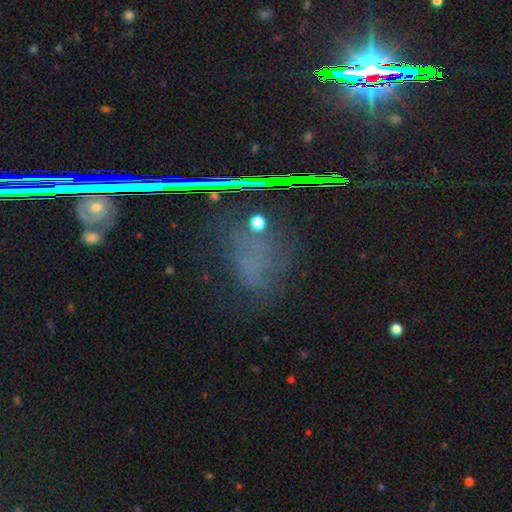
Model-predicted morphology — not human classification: Smooth or featured? star or artifact (53%)